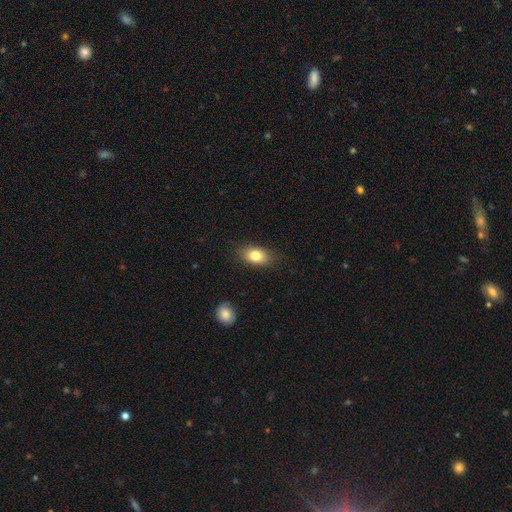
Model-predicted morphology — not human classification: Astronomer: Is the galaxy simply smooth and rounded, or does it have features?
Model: smooth — 80%.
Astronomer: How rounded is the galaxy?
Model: in between — 83%.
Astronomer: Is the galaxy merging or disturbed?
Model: none — 82%.